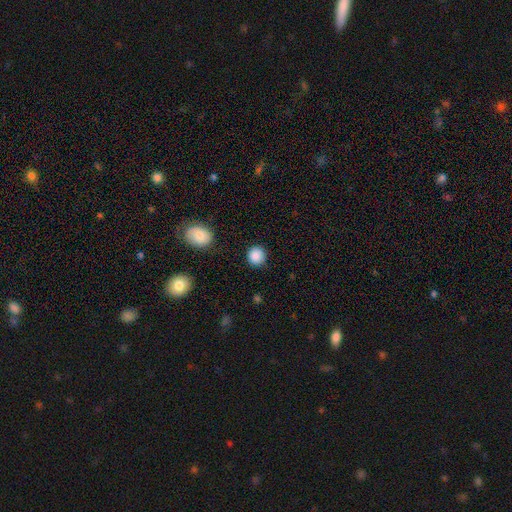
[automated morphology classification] A smooth galaxy with no disk features (88%) that is round (88%).

Vote fractions:
- Smooth or featured? smooth: 88% / star or artifact: 9% / featured or disk: 4%
- How rounded? round: 88% / in between: 11% / cigar-shaped: 1%
- Merging? none: 88% / minor disturbance: 7% / major disturbance: 2% / merger: 2%